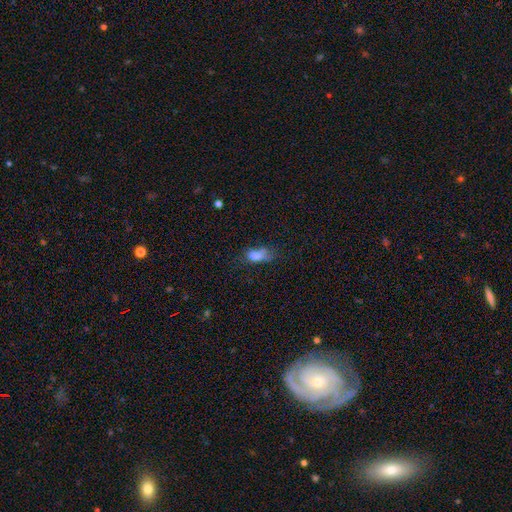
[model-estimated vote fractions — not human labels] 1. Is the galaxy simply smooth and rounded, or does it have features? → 70% smooth, 16% featured or disk, 14% star or artifact.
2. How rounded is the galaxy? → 77% in between, 15% round, 8% cigar-shaped.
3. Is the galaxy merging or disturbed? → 29% none (tied), 29% major disturbance (tied), 26% minor disturbance, 16% merger.